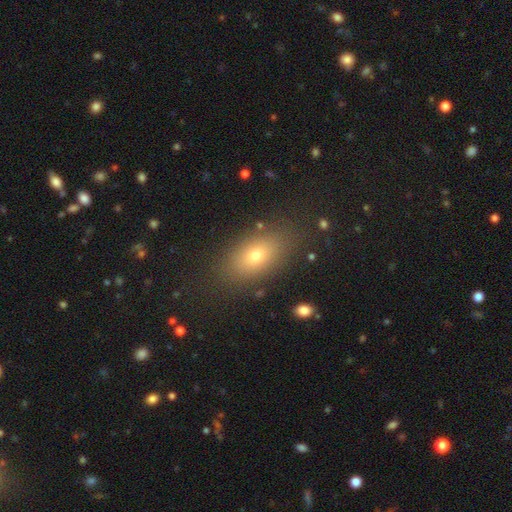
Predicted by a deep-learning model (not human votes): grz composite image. It shows a smooth galaxy with no disk features (71%) that is in between round and cigar-shaped (84%). Merging: none (82%).